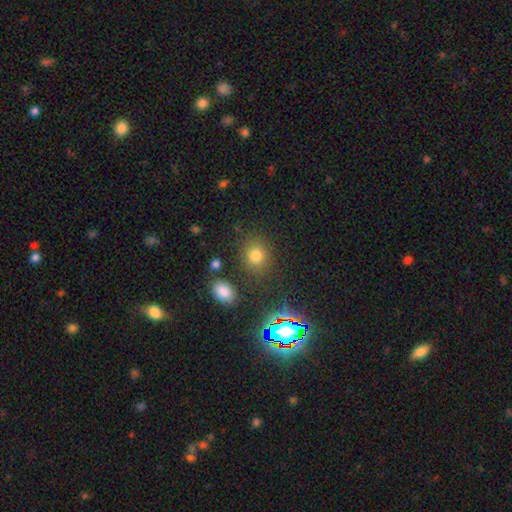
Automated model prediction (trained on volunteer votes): Overall: smooth (72%). How rounded: round (71%). Merging: none (80%).